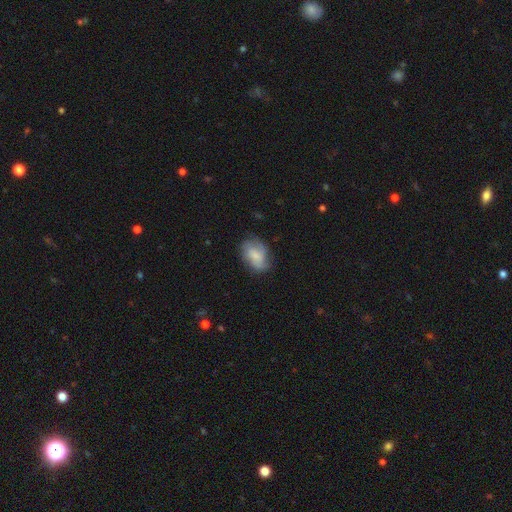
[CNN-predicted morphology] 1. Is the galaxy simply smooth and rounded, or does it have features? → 56% smooth, 37% featured or disk, 8% star or artifact.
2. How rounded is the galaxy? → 81% in between, 17% round, 2% cigar-shaped.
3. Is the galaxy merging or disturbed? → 62% none, 27% minor disturbance, 9% major disturbance, 1% merger.